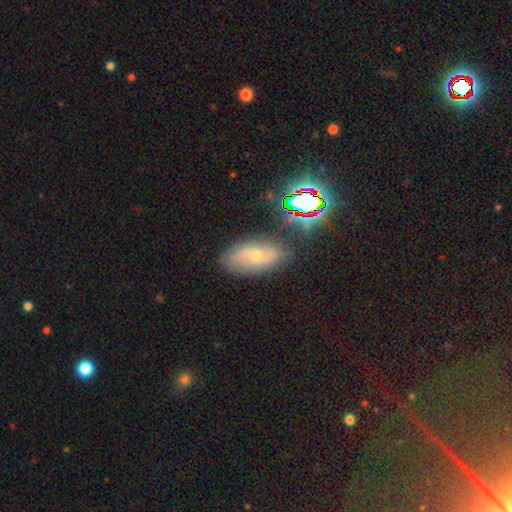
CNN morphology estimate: smooth 44%, featured or disk 40%, star or artifact 16%. Down the decision tree: merging — none (77%).